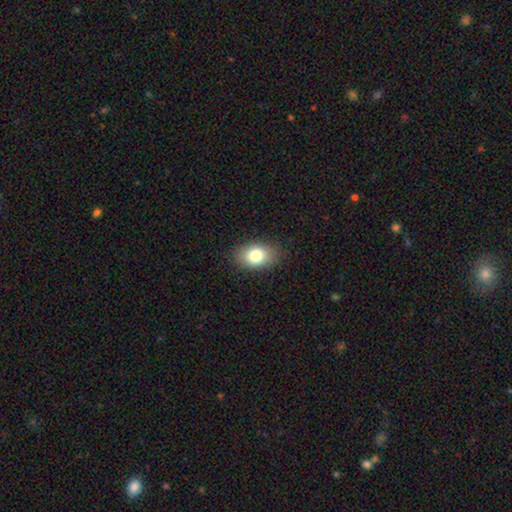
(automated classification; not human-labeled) Smooth or featured? Predicted: smooth (p=0.81). How rounded? Predicted: in between (p=0.84). Merging? Predicted: none (p=0.85).